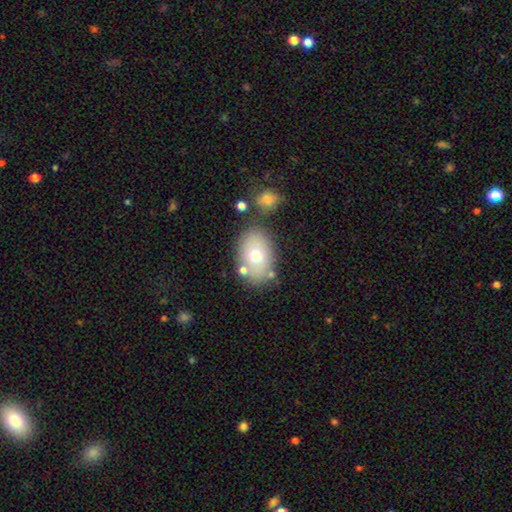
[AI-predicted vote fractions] Smooth or featured? Predicted: smooth (p=0.68). How rounded? Predicted: in between (p=0.76). Merging? Predicted: none (p=0.71).